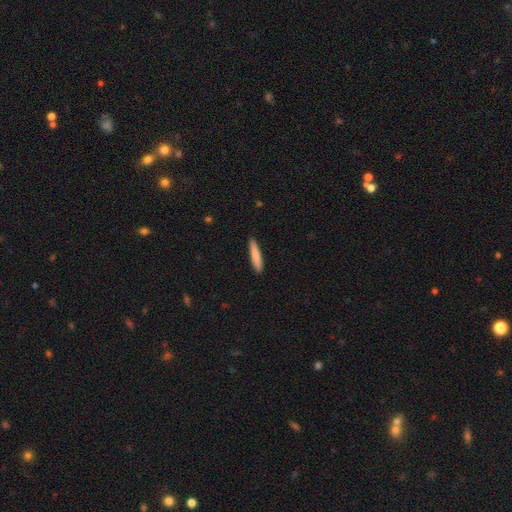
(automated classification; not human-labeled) Smooth or featured?
  - smooth: 81% *
  - featured or disk: 14%
  - star or artifact: 6%
How rounded?
  - cigar-shaped: 91% *
  - in between: 8%
  - round: 1%
Merging?
  - none: 89% *
  - minor disturbance: 8%
  - major disturbance: 1%
  - merger: 1%